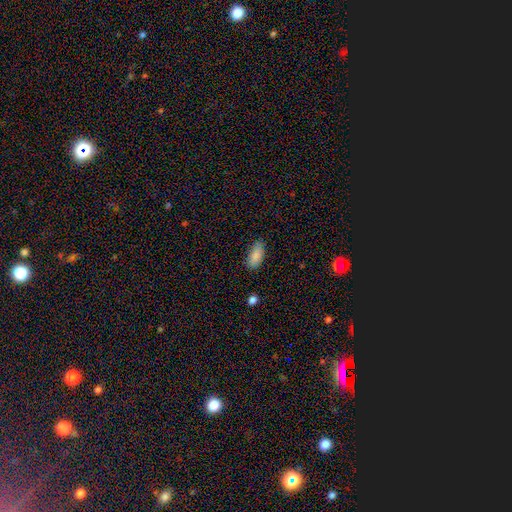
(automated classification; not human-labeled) Overall: smooth (87%). How rounded: in between (88%). Merging: none (78%).